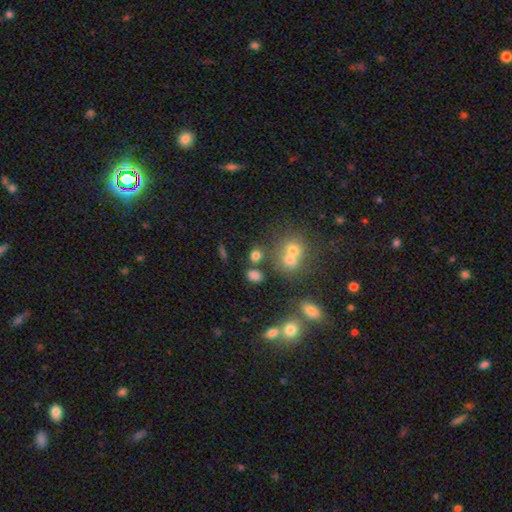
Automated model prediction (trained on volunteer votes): Smooth or featured?
  - smooth: 71% *
  - star or artifact: 19%
  - featured or disk: 11%
How rounded?
  - in between: 50% *
  - round: 47%
  - cigar-shaped: 4%
Merging?
  - none: 60% *
  - merger: 24%
  - minor disturbance: 11%
  - major disturbance: 5%